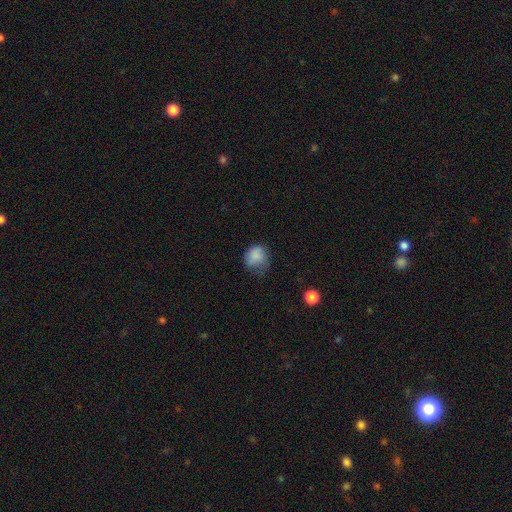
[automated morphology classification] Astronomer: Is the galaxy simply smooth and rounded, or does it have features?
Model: smooth — 82%.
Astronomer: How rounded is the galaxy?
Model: round — 71%.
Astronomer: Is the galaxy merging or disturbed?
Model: none — 43% (runner-up: minor disturbance, 36%).